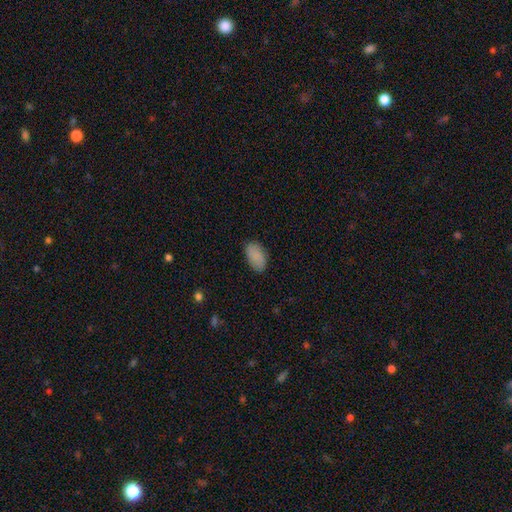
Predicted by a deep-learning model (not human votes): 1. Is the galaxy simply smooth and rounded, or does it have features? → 87% smooth, 7% star or artifact, 6% featured or disk.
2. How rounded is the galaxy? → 94% in between, 4% round, 2% cigar-shaped.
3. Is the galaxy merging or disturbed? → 84% none, 12% minor disturbance, 3% major disturbance, 1% merger.